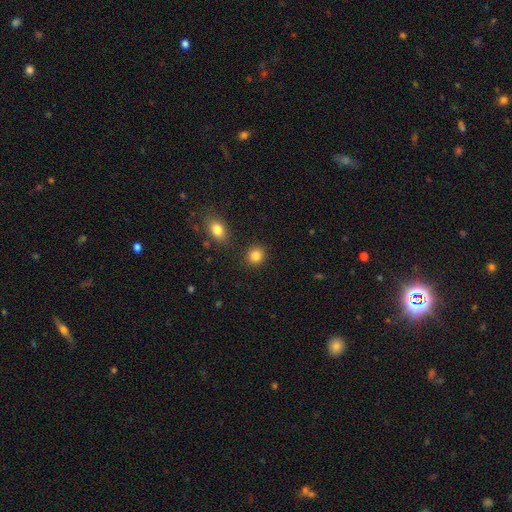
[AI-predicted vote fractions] This is clearly a smooth galaxy (85%). How rounded: clearly round (84%). Merging: clearly none (89%).